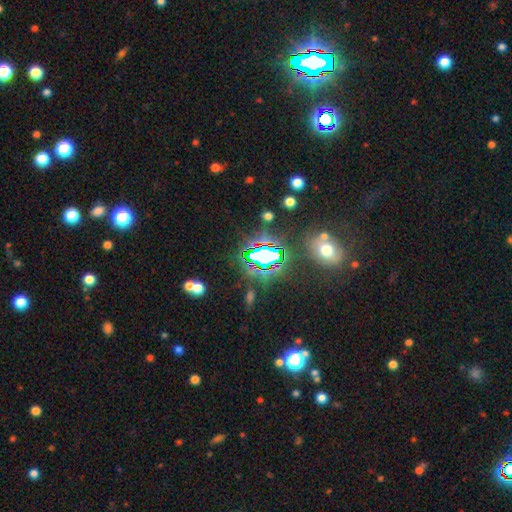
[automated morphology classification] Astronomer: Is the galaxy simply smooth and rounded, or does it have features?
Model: star or artifact — 72%.